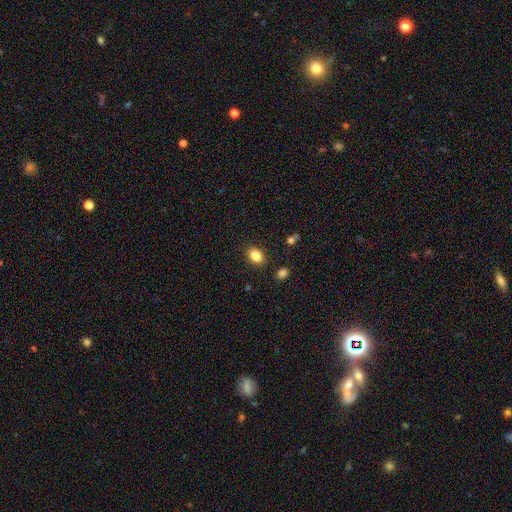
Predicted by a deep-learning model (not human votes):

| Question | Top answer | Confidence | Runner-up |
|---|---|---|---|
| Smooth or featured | smooth | 85% | star or artifact (9%) |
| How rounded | in between | 78% | round (20%) |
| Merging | none | 87% | minor disturbance (8%) |